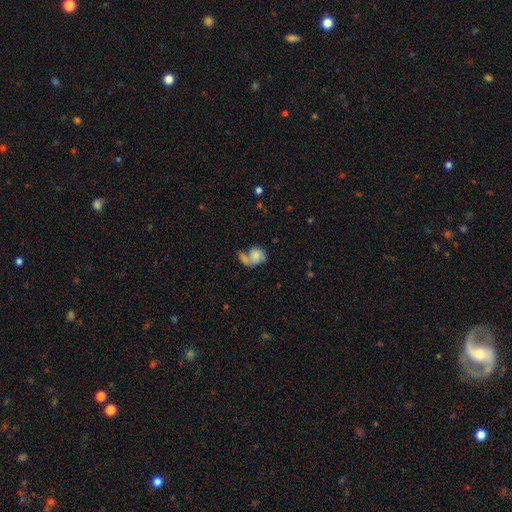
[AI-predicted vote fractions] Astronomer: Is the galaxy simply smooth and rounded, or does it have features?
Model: smooth — 55% (runner-up: featured or disk, 36%).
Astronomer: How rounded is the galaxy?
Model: in between — 56% (runner-up: round, 43%).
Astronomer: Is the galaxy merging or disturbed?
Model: merger — 37% (runner-up: major disturbance, 26%).